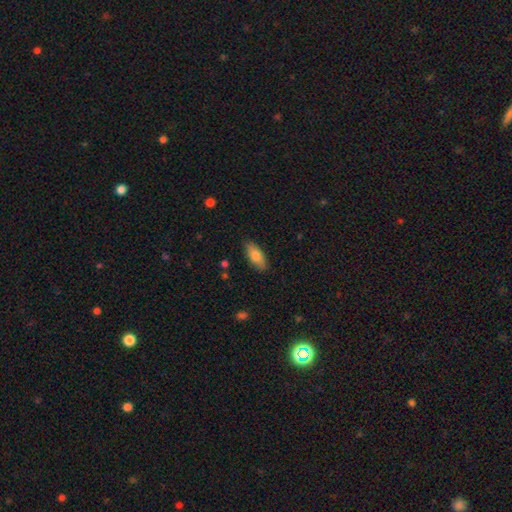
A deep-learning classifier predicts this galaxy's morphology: Overall: smooth (79%). How rounded: in between (83%). Merging: none (85%).